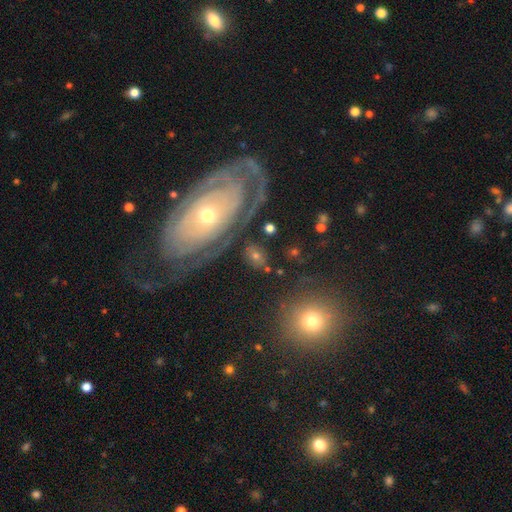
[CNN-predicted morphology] Smooth or featured?
  - featured or disk: 50% *
  - smooth: 37%
  - star or artifact: 14%
Merging?
  - none: 71% *
  - minor disturbance: 14%
  - major disturbance: 9%
  - merger: 6%